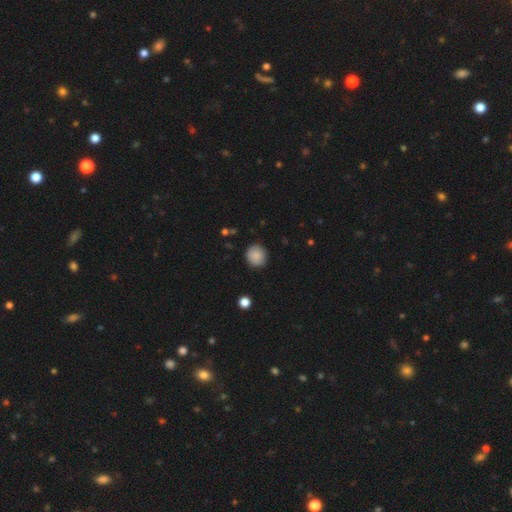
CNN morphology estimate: Smooth or featured?
  - smooth: 87% *
  - star or artifact: 8%
  - featured or disk: 5%
How rounded?
  - round: 89% *
  - in between: 10%
  - cigar-shaped: 1%
Merging?
  - none: 88% *
  - minor disturbance: 9%
  - major disturbance: 2%
  - merger: 1%